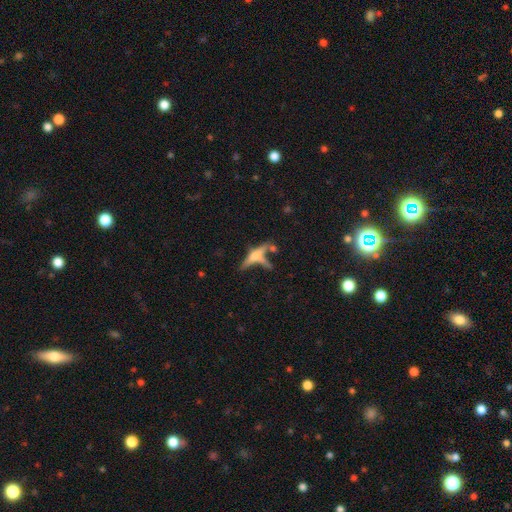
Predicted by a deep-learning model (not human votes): The model was most divided on "smooth or featured": featured or disk: 53%, smooth: 36%, star or artifact: 11%. Remaining: edge-on disk — yes (88%); merging — none (49%).